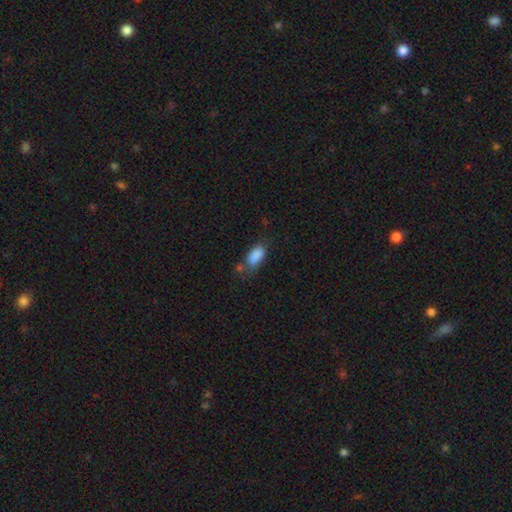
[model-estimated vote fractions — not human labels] Smooth or featured? Predicted: smooth (p=0.86). How rounded? Predicted: in between (p=0.90). Merging? Predicted: none (p=0.52).